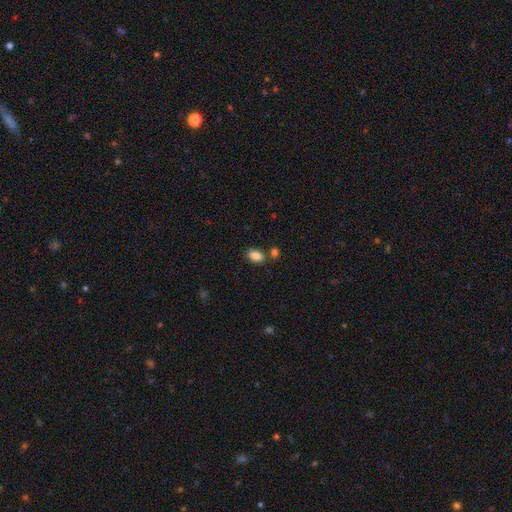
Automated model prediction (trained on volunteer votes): smooth-or-featured: smooth: 87% | star or artifact: 9% | featured or disk: 5%
  how-rounded: in between: 89% | round: 9% | cigar-shaped: 2%
  merging: none: 72% | merger: 15% | minor disturbance: 11% | major disturbance: 3%